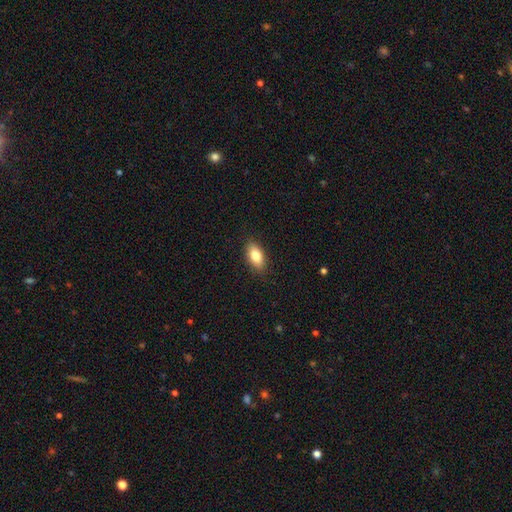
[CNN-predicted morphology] Overall: smooth (80%). How rounded: in between (89%). Merging: none (88%).